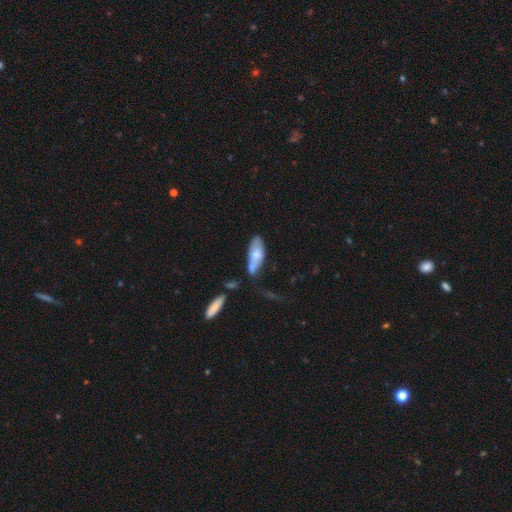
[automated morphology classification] A smooth galaxy with no disk features (67%) that is in between round and cigar-shaped (75%).

Vote fractions:
- Smooth or featured? smooth: 67% / featured or disk: 27% / star or artifact: 6%
- How rounded? in between: 75% / cigar-shaped: 23% / round: 2%
- Merging? none: 43% / minor disturbance: 29% / merger: 16% / major disturbance: 12%